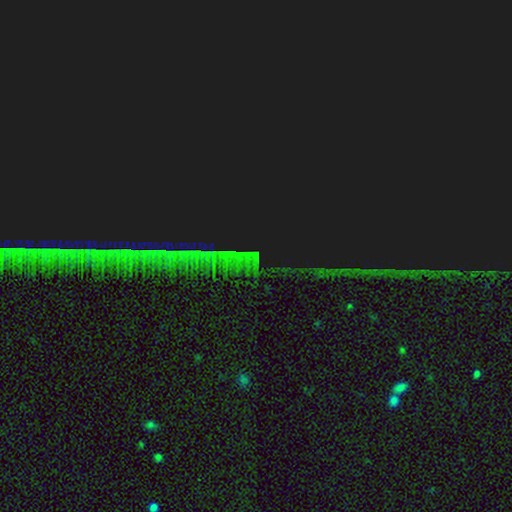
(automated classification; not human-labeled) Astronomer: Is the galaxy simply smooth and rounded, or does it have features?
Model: star or artifact — 84%.